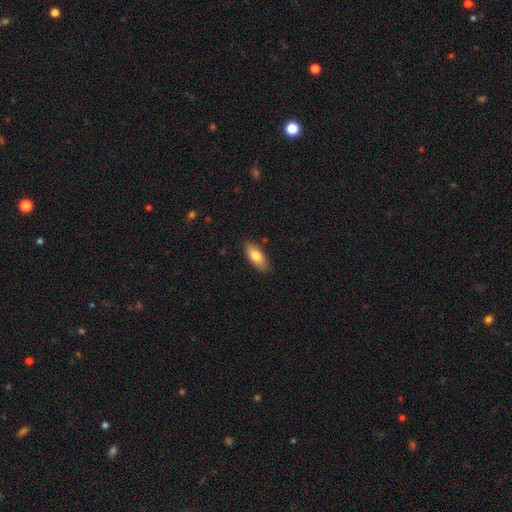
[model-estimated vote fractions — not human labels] Smooth or featured? smooth (80%)
How rounded? in between (83%)
Merging? none (85%)